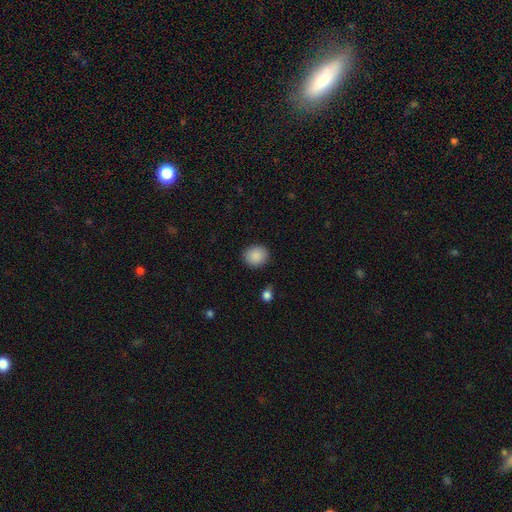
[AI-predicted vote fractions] A smooth galaxy with no disk features (89%) that is round (78%).

Vote fractions:
- Smooth or featured? smooth: 89% / star or artifact: 8% / featured or disk: 3%
- How rounded? round: 78% / in between: 21% / cigar-shaped: 1%
- Merging? none: 89% / minor disturbance: 7% / major disturbance: 2% / merger: 1%